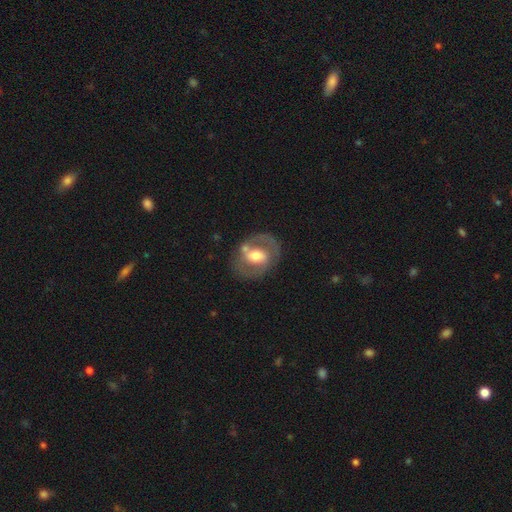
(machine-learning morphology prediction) This appears to be a featured or disk galaxy (60%) with no bar (43%), no spiral arms (56%) and a moderate central bulge (64%). Merging: none (68%).